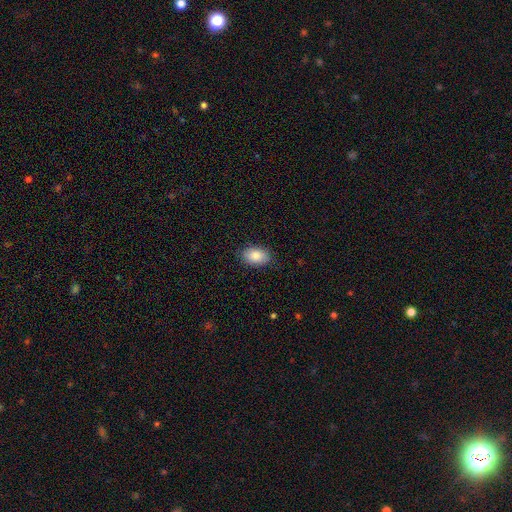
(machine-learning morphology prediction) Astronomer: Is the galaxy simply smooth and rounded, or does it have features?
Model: smooth — 87%.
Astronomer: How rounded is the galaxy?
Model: in between — 88%.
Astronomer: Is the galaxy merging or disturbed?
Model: none — 85%.